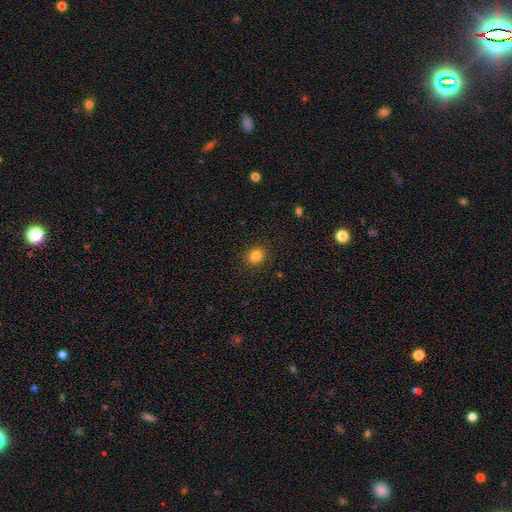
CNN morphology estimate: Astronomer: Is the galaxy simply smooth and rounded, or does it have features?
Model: smooth — 84%.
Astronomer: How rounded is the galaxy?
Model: round — 67%.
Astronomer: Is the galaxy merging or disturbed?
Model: none — 90%.